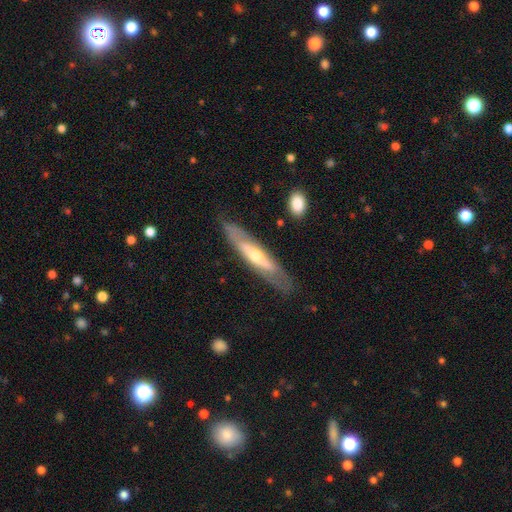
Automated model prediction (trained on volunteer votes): Q: Smooth or featured?
A: featured or disk (66%); runner-up: smooth (29%)
Q: Edge-on disk?
A: yes (59%); runner-up: no (41%)
Q: Merging?
A: none (80%); runner-up: minor disturbance (14%)